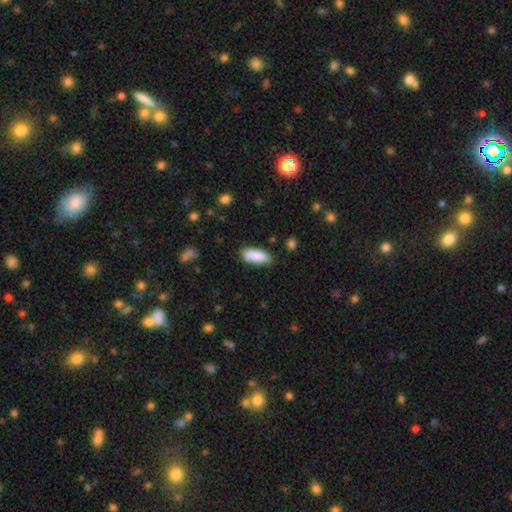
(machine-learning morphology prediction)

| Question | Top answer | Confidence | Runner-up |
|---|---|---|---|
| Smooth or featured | smooth | 88% | star or artifact (6%) |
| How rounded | in between | 74% | cigar-shaped (25%) |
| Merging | none | 79% | minor disturbance (16%) |